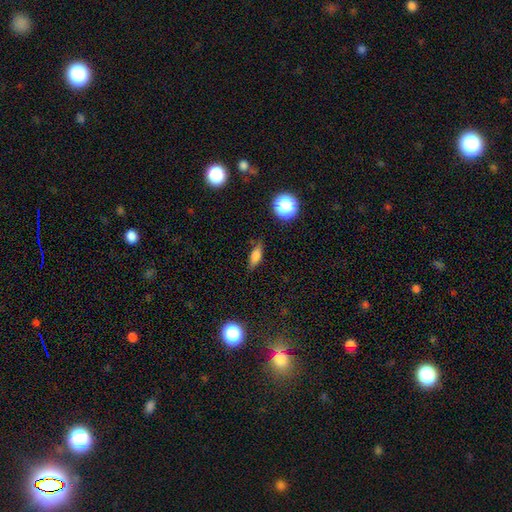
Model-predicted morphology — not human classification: The model was most divided on "how rounded": in between: 62%, cigar-shaped: 30%, round: 7%. More confident: merging — none (79%); smooth or featured — smooth (71%).